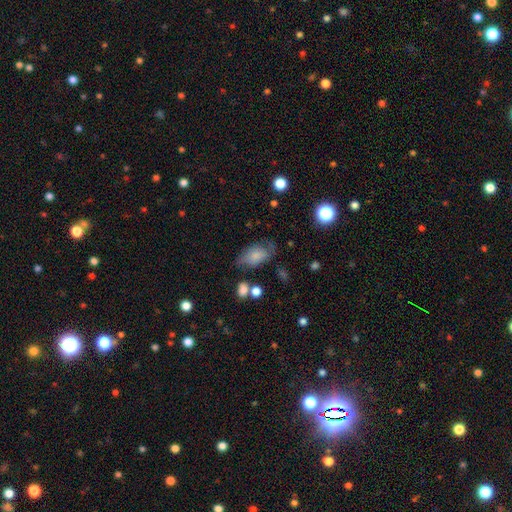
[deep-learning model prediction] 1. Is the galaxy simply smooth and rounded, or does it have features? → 74% smooth, 18% featured or disk, 8% star or artifact.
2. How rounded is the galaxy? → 90% in between, 7% round, 2% cigar-shaped.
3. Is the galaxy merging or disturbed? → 54% none, 29% minor disturbance, 13% major disturbance, 5% merger.